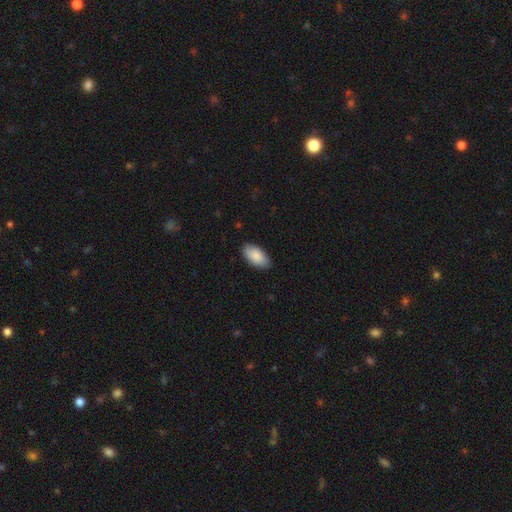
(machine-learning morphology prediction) type=smooth (88%); roundness=in between (95%); merging=none (86%).